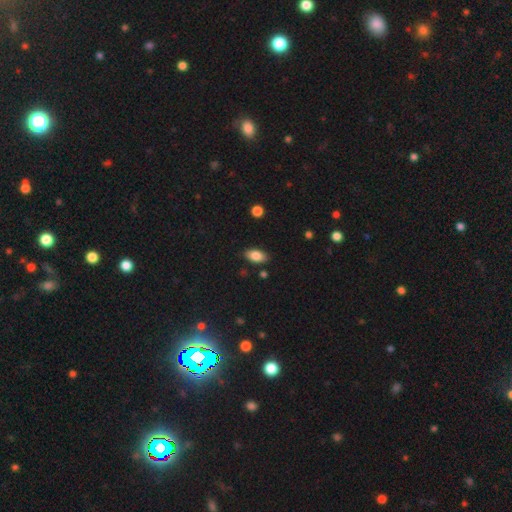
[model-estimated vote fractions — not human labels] smooth_or_featured: smooth (p=0.84) [alt: featured or disk p=0.08]
how_rounded: in between (p=0.91) [alt: cigar-shaped p=0.05]
merging: none (p=0.85) [alt: minor disturbance p=0.11]